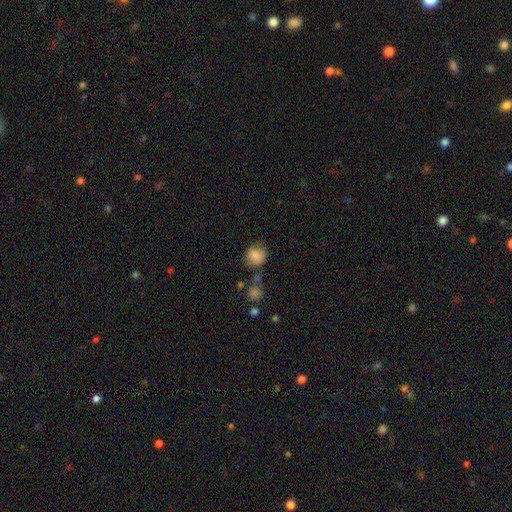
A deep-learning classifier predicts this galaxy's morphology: Overall: smooth (84%). How rounded: round (81%). Merging: none (68%).